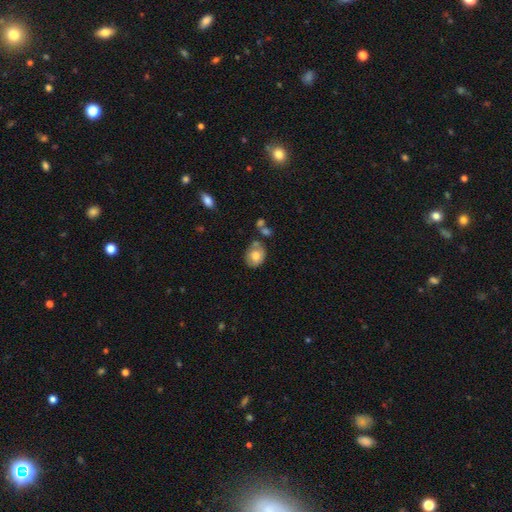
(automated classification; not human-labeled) This appears to be a smooth galaxy with no disk features (73%) that is round (51%). Merging: none (55%).